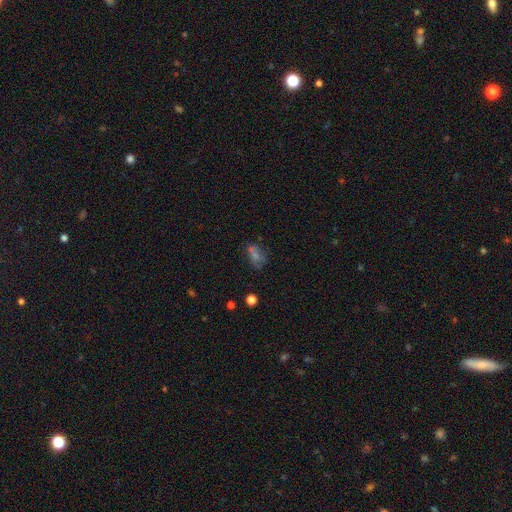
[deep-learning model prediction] Smooth or featured? smooth (45%)
Merging? none (56%)